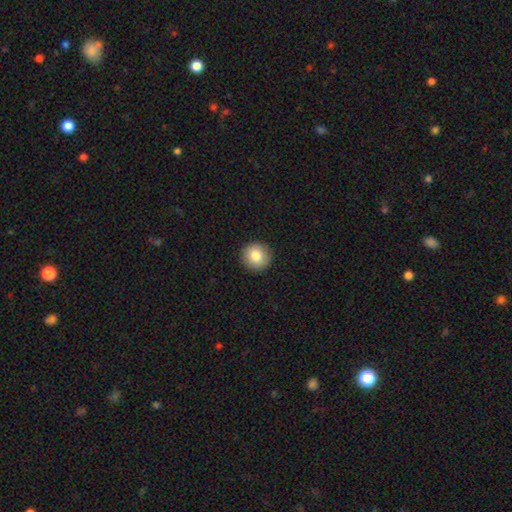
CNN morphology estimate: Smooth or featured? smooth (83%)
How rounded? round (95%)
Merging? none (93%)